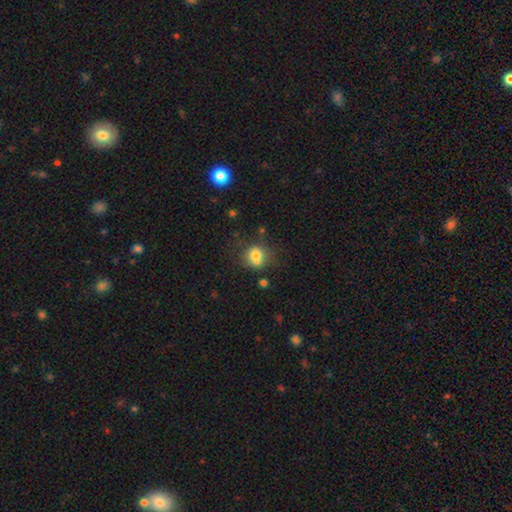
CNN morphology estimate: Smooth or featured: smooth — 73% (featured or disk — 15%)
How rounded: round — 77% (in between — 23%)
Merging: none — 51% (merger — 28%)